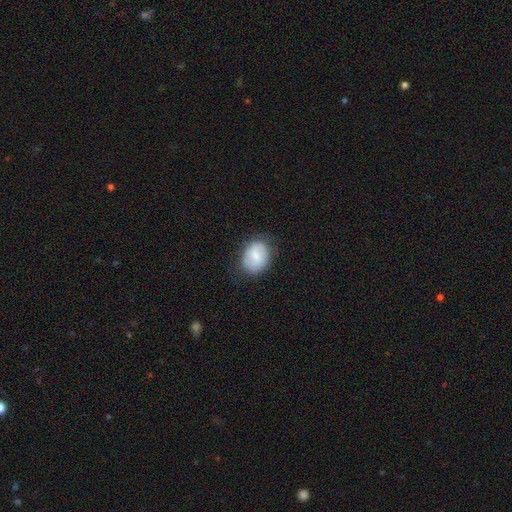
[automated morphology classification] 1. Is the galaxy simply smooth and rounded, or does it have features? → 61% smooth, 32% featured or disk, 7% star or artifact.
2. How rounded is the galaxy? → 55% in between, 44% round, 1% cigar-shaped.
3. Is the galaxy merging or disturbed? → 77% none, 17% minor disturbance, 5% major disturbance, 1% merger.